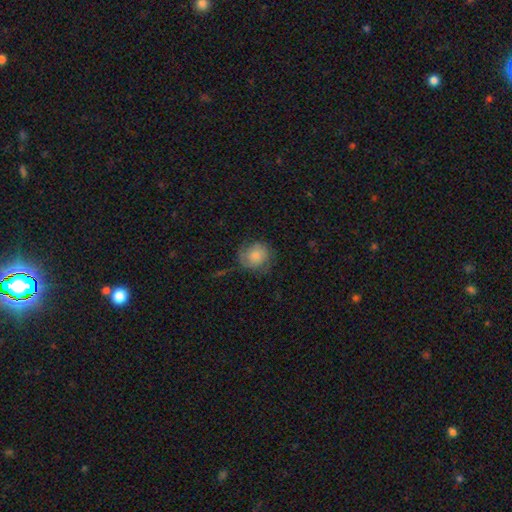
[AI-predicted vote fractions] Smooth or featured?
  - smooth: 67% *
  - featured or disk: 25%
  - star or artifact: 8%
How rounded?
  - round: 82% *
  - in between: 17%
  - cigar-shaped: 1%
Merging?
  - none: 63% *
  - minor disturbance: 24%
  - major disturbance: 12%
  - merger: 2%